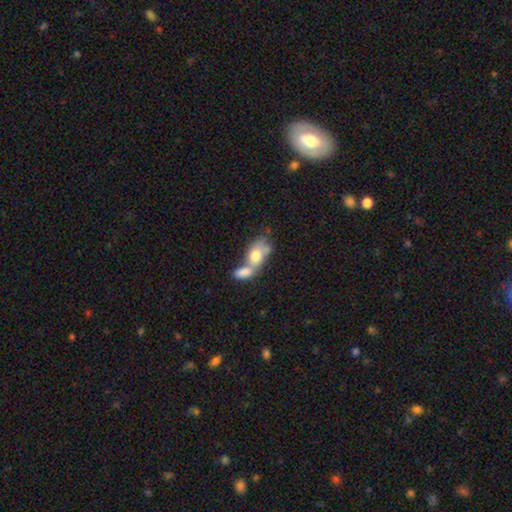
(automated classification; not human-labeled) smooth-or-featured: smooth: 68% | featured or disk: 25% | star or artifact: 7%
  how-rounded: in between: 84% | round: 12% | cigar-shaped: 4%
  merging: merger: 70% | none: 16% | minor disturbance: 8% | major disturbance: 6%